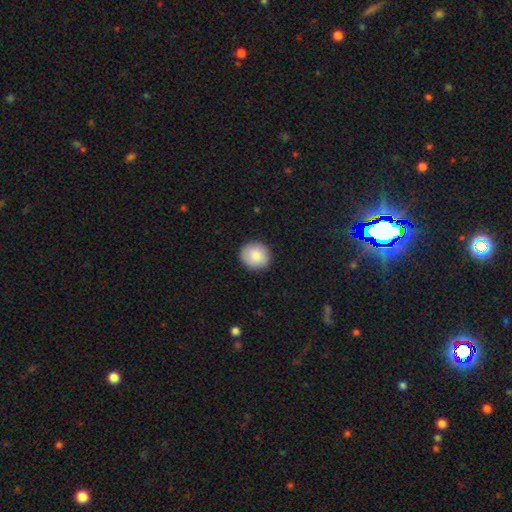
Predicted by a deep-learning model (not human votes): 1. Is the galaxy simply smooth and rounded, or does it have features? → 86% smooth, 7% star or artifact, 7% featured or disk.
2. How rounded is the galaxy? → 88% round, 11% in between, 1% cigar-shaped.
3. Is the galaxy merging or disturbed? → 90% none, 7% minor disturbance, 2% major disturbance, 1% merger.